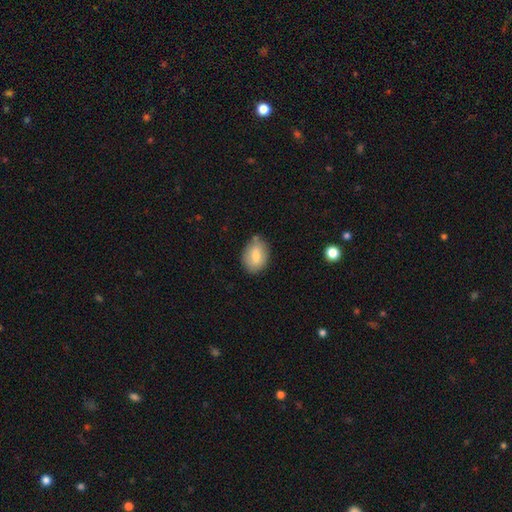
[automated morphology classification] A smooth galaxy with no disk features (76%) that is in between round and cigar-shaped (80%). Merging: none (75%).